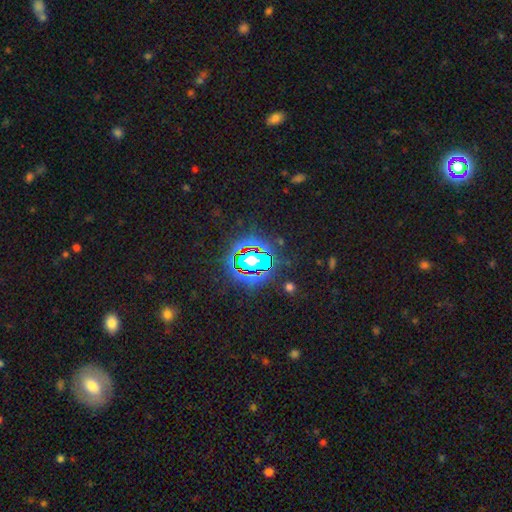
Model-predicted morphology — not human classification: smooth_or_featured: star or artifact (p=0.70) [alt: smooth p=0.18]